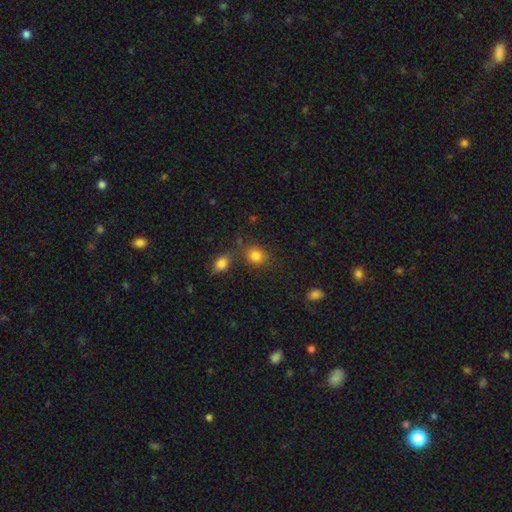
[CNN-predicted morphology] A smooth galaxy with no disk features (82%) that is round (63%). Merging: none (68%).